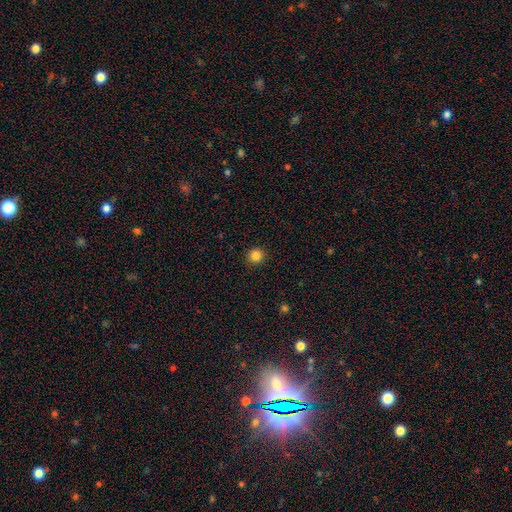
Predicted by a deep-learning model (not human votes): smooth 85%, star or artifact 12%, featured or disk 4%. Down the decision tree: how rounded — round (94%); merging — none (92%).